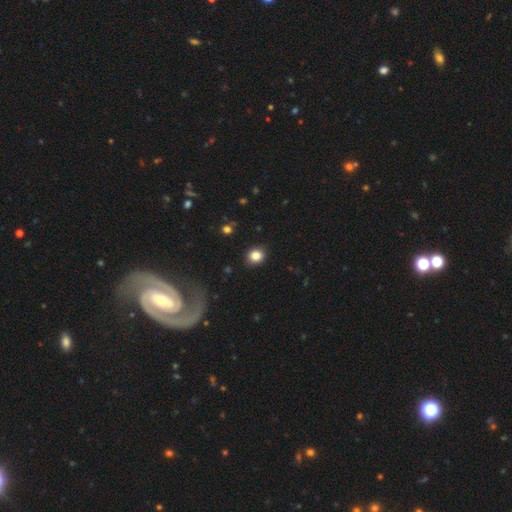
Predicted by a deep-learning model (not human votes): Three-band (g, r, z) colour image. It shows a smooth galaxy with no disk features (85%) that is round (72%). Merging: none (89%).